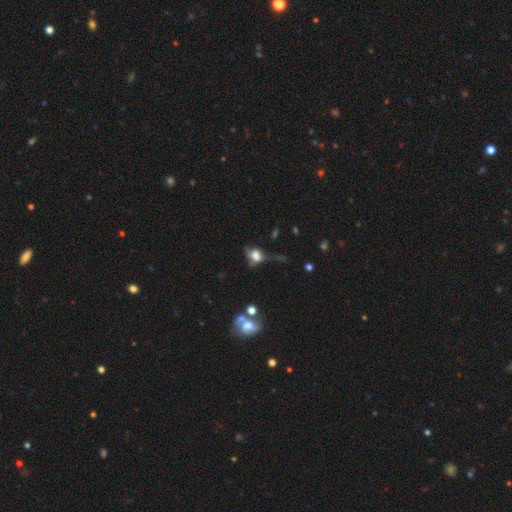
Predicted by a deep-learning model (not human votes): smooth_or_featured: smooth (p=0.58) [alt: featured or disk p=0.28]
how_rounded: in between (p=0.58) [alt: round p=0.39]
merging: major disturbance (p=0.37) [alt: none p=0.28]